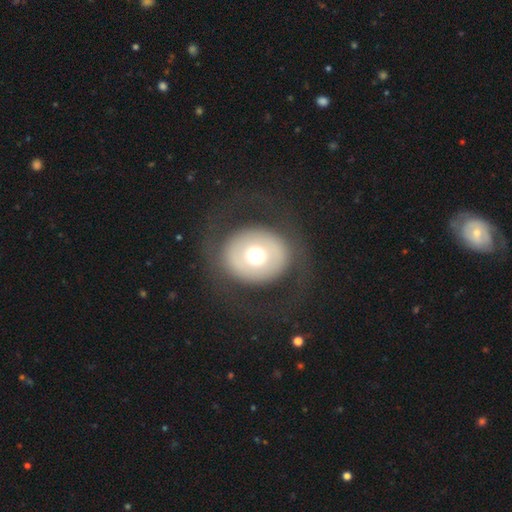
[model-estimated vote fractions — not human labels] Q: Smooth or featured?
A: smooth (53%); runner-up: featured or disk (38%)
Q: How rounded?
A: round (74%); runner-up: in between (25%)
Q: Merging?
A: none (78%); runner-up: major disturbance (12%)